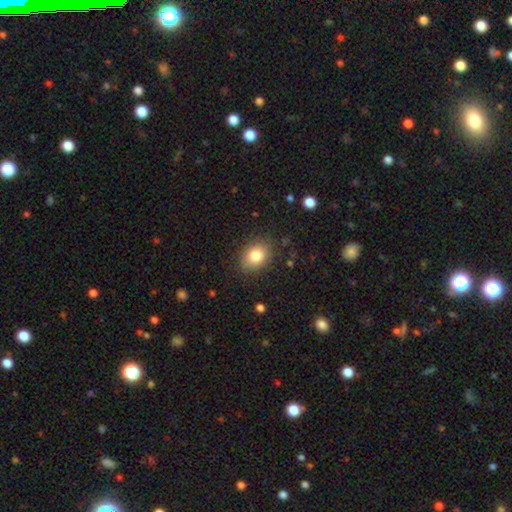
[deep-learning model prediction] smooth-or-featured: smooth: 81% | featured or disk: 10% | star or artifact: 9%
  how-rounded: in between: 67% | round: 32% | cigar-shaped: 1%
  merging: none: 84% | minor disturbance: 12% | major disturbance: 3% | merger: 1%